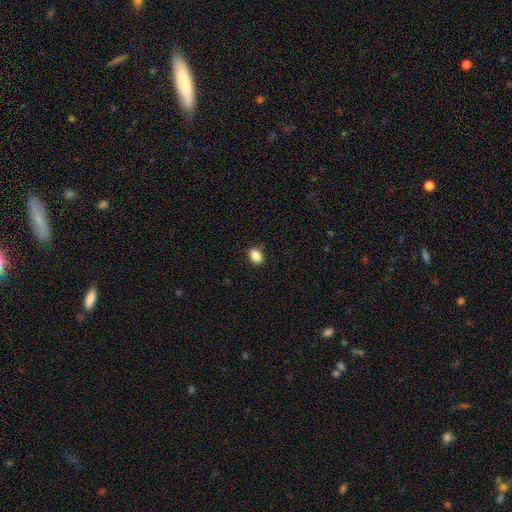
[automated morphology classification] Smooth or featured? Predicted: smooth (p=0.88). How rounded? Predicted: in between (p=0.68). Merging? Predicted: none (p=0.88).